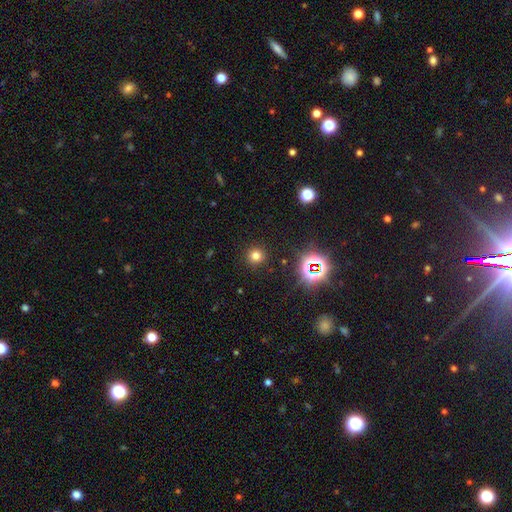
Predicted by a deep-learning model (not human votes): This appears to be a smooth galaxy with no disk features (71%) that is round (94%). Merging: none (91%).